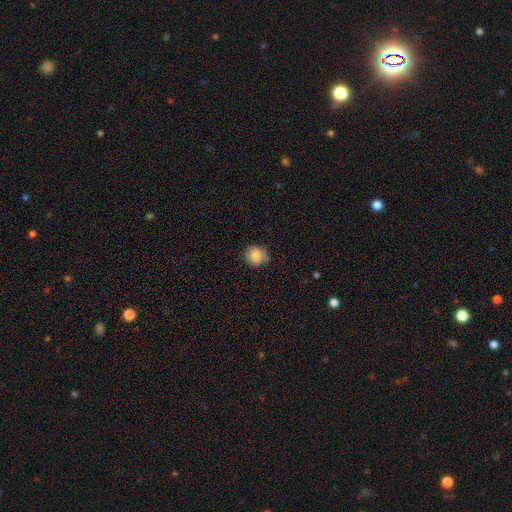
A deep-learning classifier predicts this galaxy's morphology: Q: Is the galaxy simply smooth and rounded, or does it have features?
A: smooth — 83%.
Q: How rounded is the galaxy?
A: round — 88%.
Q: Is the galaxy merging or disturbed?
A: none — 82%.